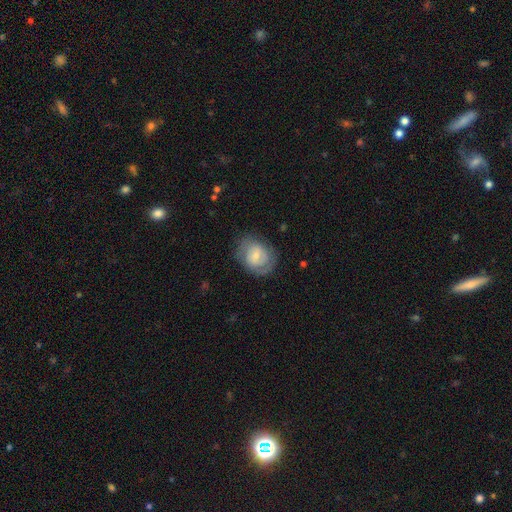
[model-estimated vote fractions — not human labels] Overall: featured or disk (51%; smooth 42%). Edge-on disk: no (97%). Merging: none (70%).